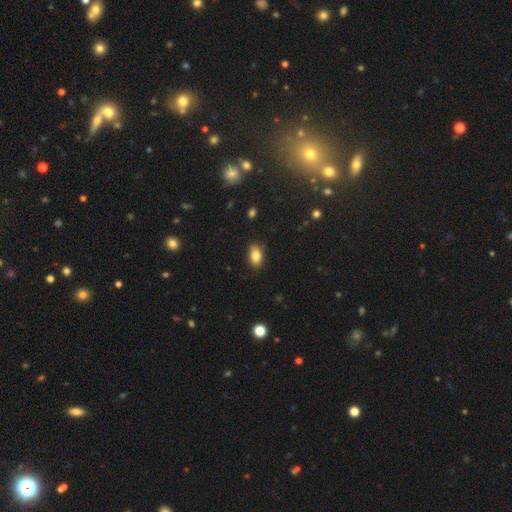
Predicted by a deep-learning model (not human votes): The model was most divided on "merging": none: 84%, minor disturbance: 12%, major disturbance: 2%, merger: 1%. More confident: how rounded — in between (88%); smooth or featured — smooth (84%).